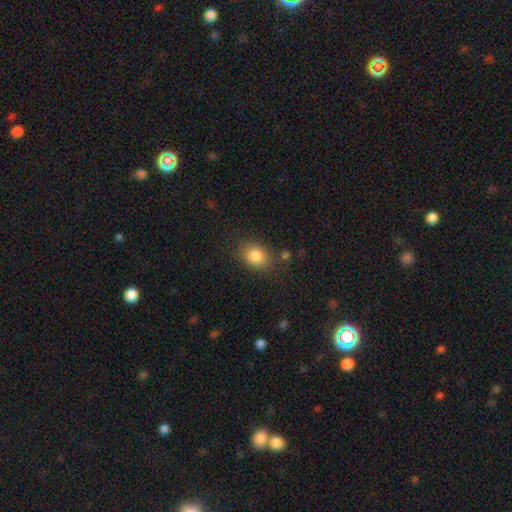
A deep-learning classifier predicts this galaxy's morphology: Smooth or featured? Predicted: smooth (p=0.84). How rounded? Predicted: in between (p=0.53). Merging? Predicted: none (p=0.78).